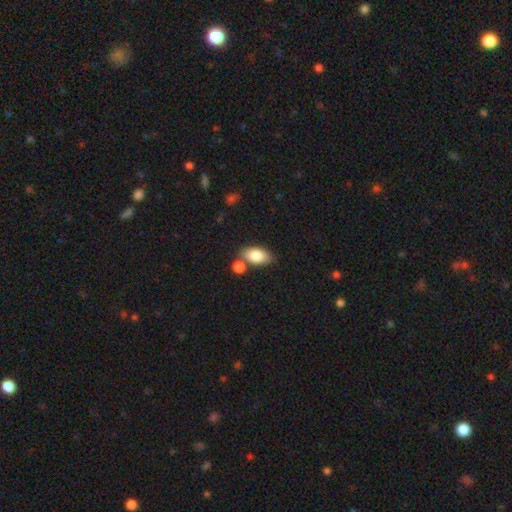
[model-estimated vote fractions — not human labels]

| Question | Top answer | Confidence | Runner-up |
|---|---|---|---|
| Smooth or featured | smooth | 81% | featured or disk (12%) |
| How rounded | in between | 90% | round (5%) |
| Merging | none | 67% | merger (18%) |